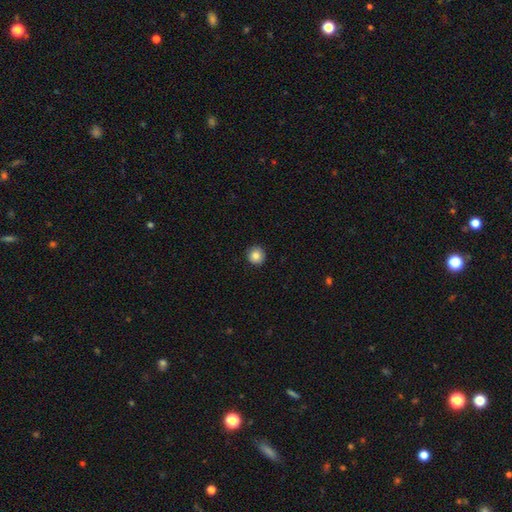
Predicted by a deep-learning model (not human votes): Overall: smooth (85%). How rounded: round (95%). Merging: none (92%).